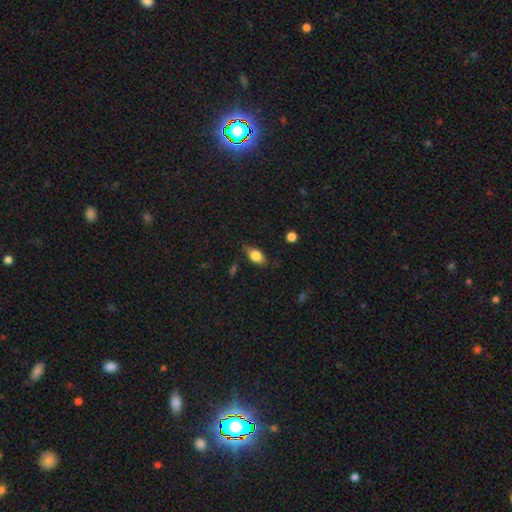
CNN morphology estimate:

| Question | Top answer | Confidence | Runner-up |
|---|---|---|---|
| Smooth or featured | smooth | 76% | featured or disk (16%) |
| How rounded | in between | 86% | round (8%) |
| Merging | none | 74% | minor disturbance (19%) |